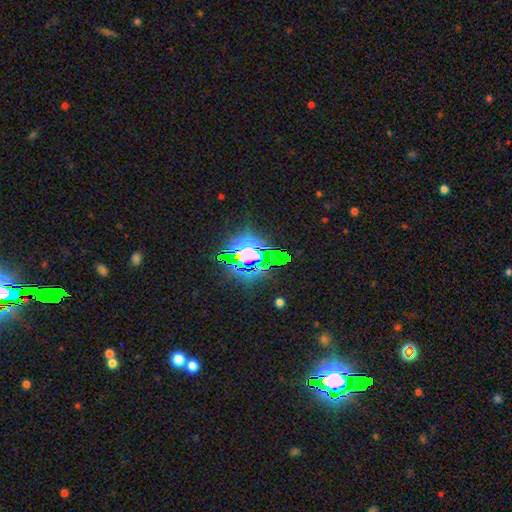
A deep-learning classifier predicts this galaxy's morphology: smooth-or-featured: star or artifact: 74% | smooth: 14% | featured or disk: 12%